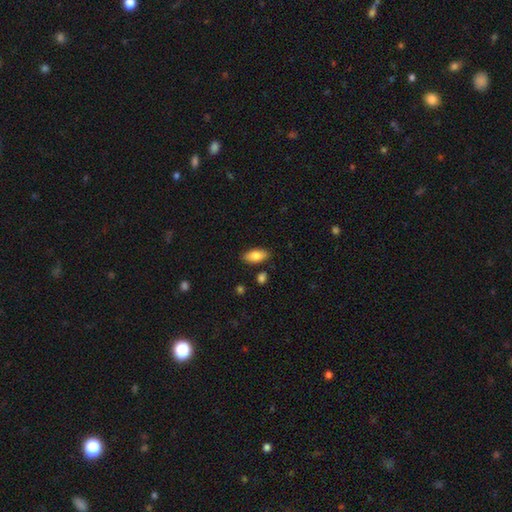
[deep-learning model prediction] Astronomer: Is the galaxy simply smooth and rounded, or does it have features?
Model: smooth — 81%.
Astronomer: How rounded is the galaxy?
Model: in between — 90%.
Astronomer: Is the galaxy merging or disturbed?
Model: none — 84%.